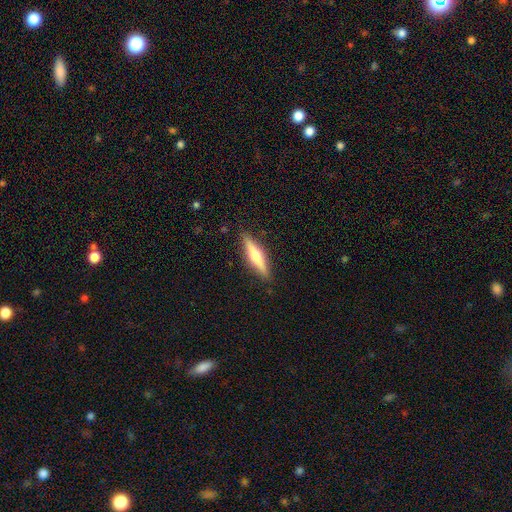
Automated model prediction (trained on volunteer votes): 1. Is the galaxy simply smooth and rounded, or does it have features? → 50% featured or disk, 44% smooth, 6% star or artifact.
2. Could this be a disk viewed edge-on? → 95% yes, 5% no.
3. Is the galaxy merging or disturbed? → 89% none, 8% minor disturbance, 2% major disturbance, 1% merger.